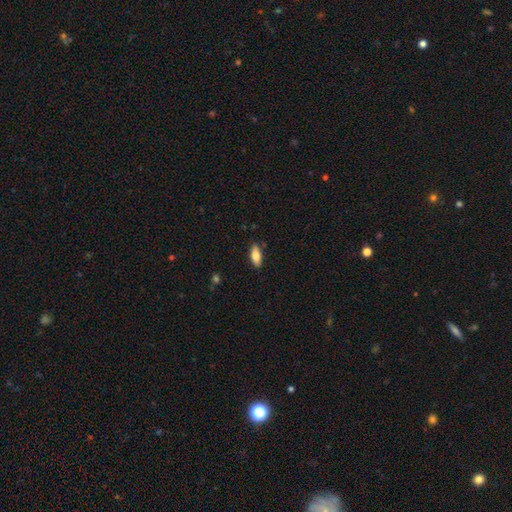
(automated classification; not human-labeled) The model was most divided on "how rounded": in between: 81%, cigar-shaped: 17%, round: 2%. More confident: merging — none (86%); smooth or featured — smooth (80%).